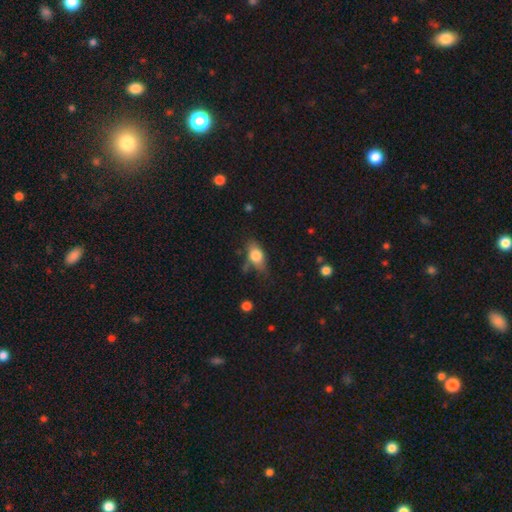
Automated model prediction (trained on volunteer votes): smooth_or_featured: smooth (p=0.73) [alt: featured or disk p=0.18]
how_rounded: in between (p=0.82) [alt: round p=0.10]
merging: none (p=0.57) [alt: minor disturbance p=0.28]